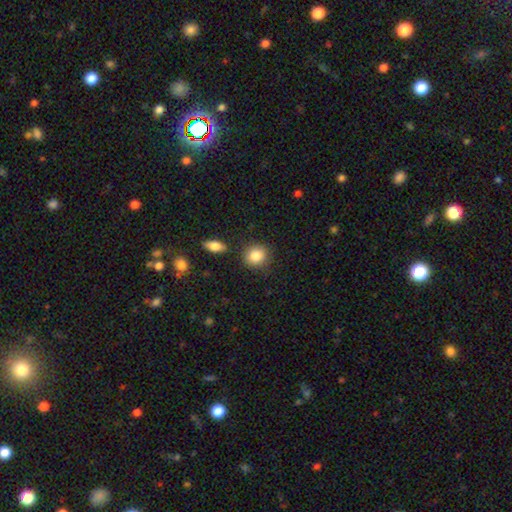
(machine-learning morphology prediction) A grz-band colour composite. It shows a smooth galaxy with no disk features (87%) that is round (79%). Merging: none (83%).